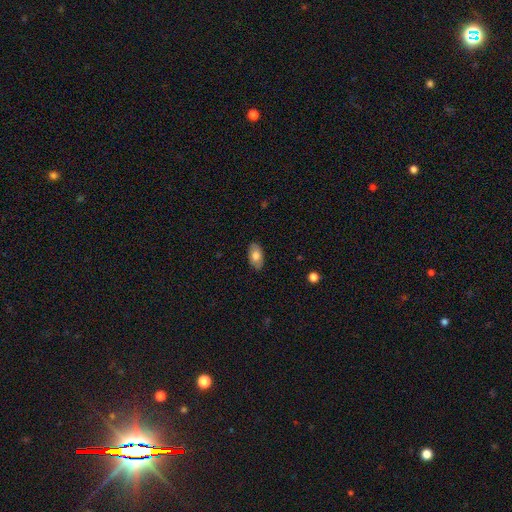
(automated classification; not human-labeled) Smooth or featured? smooth (74%)
How rounded? in between (94%)
Merging? none (87%)